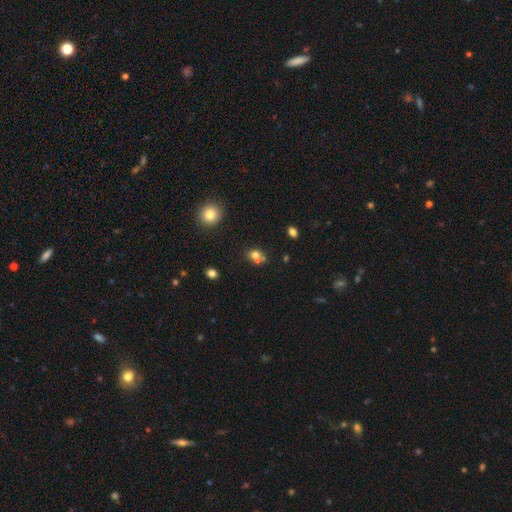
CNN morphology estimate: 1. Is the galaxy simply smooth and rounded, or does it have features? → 68% smooth, 17% star or artifact, 15% featured or disk.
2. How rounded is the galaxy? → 67% round, 32% in between, 1% cigar-shaped.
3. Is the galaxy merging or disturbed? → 47% merger, 41% none, 9% minor disturbance, 4% major disturbance.